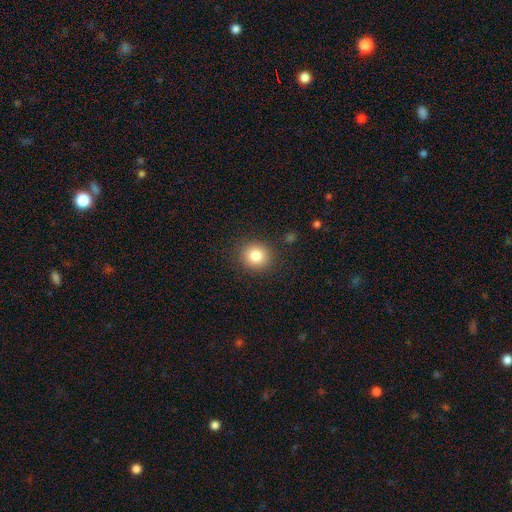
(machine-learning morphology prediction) Smooth or featured?
  - smooth: 83% *
  - star or artifact: 10%
  - featured or disk: 7%
How rounded?
  - round: 87% *
  - in between: 12%
  - cigar-shaped: 1%
Merging?
  - none: 88% *
  - minor disturbance: 8%
  - major disturbance: 3%
  - merger: 2%